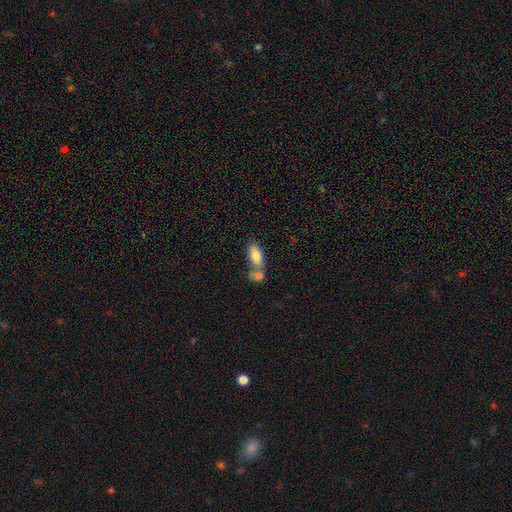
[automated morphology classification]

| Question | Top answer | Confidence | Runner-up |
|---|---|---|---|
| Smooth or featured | smooth | 83% | featured or disk (11%) |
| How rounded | in between | 87% | cigar-shaped (9%) |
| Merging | merger | 51% | none (35%) |